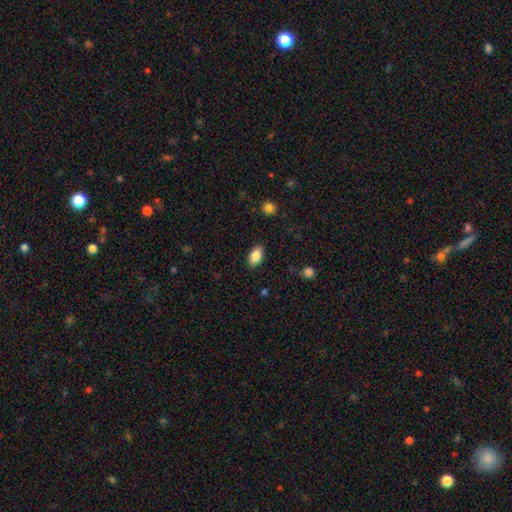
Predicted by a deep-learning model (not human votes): Smooth or featured? Predicted: smooth (p=0.87). How rounded? Predicted: in between (p=0.92). Merging? Predicted: none (p=0.87).